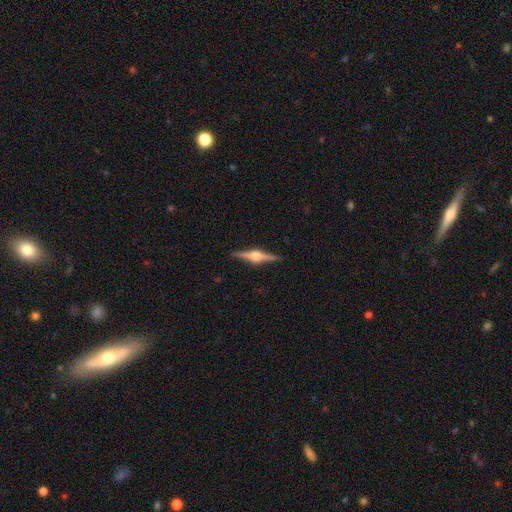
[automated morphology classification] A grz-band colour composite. It shows a featured or disk galaxy (84%) viewed edge-on (98%) with a rounded central bulge (92%). Merging: none (91%).